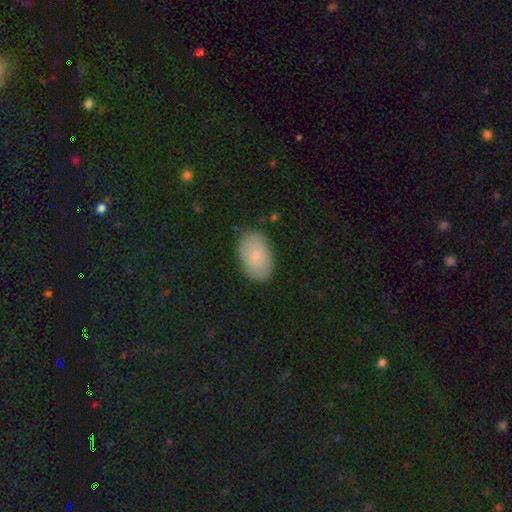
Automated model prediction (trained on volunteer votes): Morphology: type=smooth (80%); roundness=in between (92%); merging=none (85%).